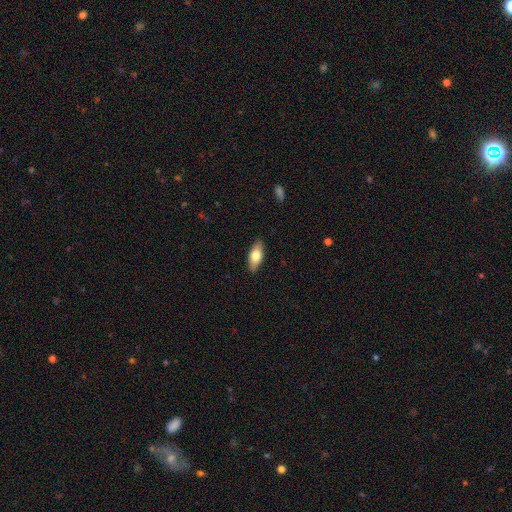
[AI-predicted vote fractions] Overall: smooth (72%). How rounded: in between (79%). Merging: none (88%).